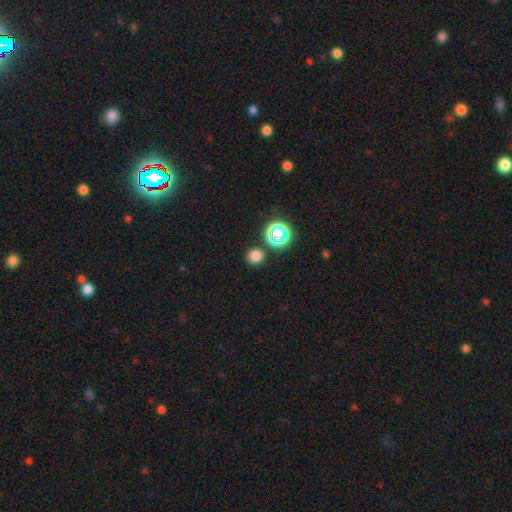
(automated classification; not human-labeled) smooth_or_featured: smooth (p=0.75) [alt: star or artifact p=0.20]
how_rounded: round (p=0.88) [alt: in between p=0.11]
merging: none (p=0.86) [alt: minor disturbance p=0.07]